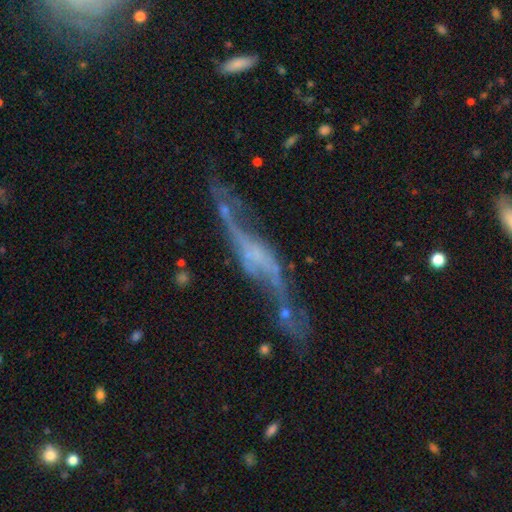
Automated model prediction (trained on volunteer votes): featured or disk 80%, star or artifact 11%, smooth 10%. Down the decision tree: edge-on disk — no (54%); merging — none (50%).